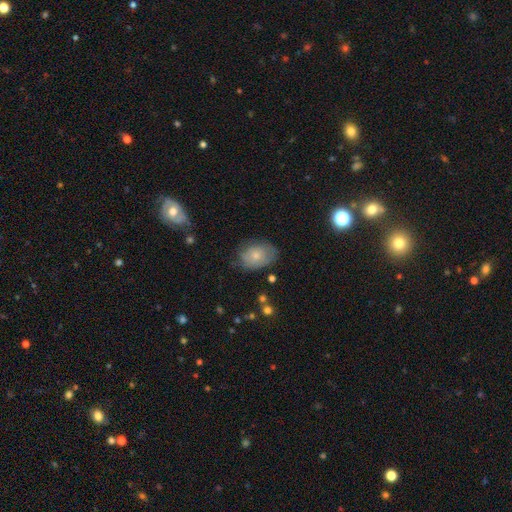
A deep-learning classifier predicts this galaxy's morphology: This appears to be a smooth galaxy with no disk features (67%) that is in between round and cigar-shaped (79%). Merging: none (66%).